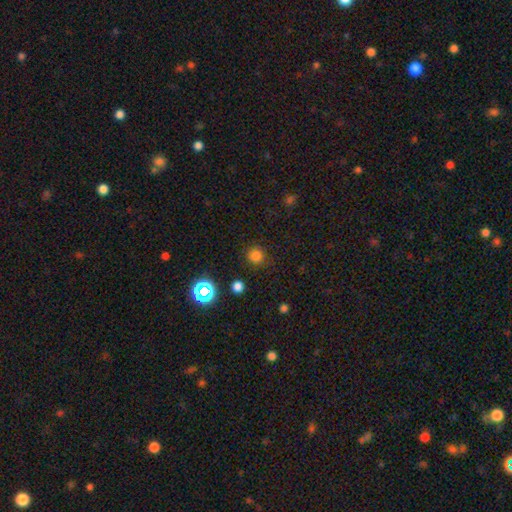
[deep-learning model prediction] Smooth or featured? smooth (77%)
How rounded? round (94%)
Merging? none (87%)